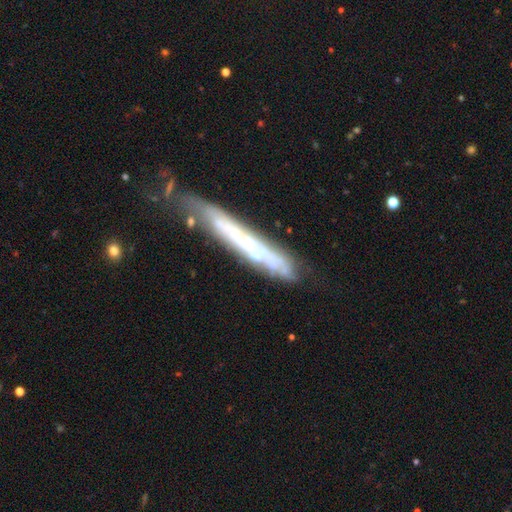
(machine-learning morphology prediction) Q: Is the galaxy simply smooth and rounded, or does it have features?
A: featured or disk — 61%.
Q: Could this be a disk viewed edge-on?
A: yes — 67%.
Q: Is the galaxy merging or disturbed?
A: none — 70%.